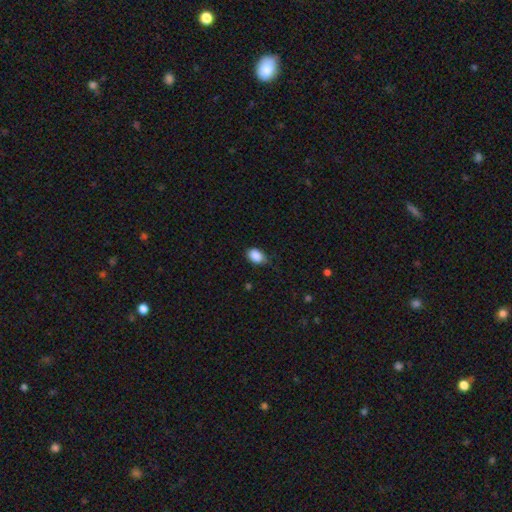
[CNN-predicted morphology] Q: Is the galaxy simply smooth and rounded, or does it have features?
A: smooth — 89%.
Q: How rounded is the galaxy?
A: in between — 83%.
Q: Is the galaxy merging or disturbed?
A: none — 71%.